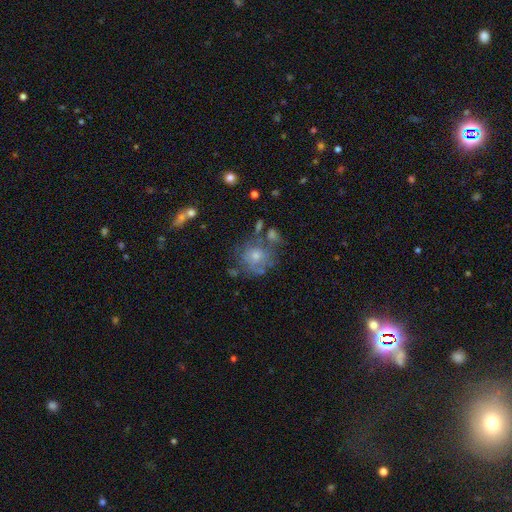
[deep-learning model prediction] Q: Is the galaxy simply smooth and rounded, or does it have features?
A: featured or disk — 44%.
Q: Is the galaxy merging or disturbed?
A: none — 59%.